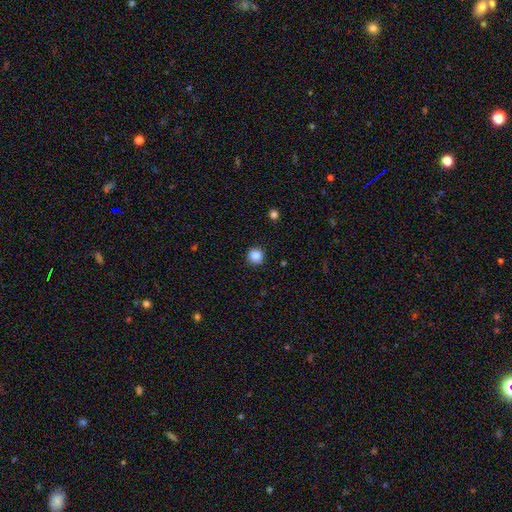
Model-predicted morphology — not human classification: smooth_or_featured: smooth (p=0.86) [alt: star or artifact p=0.11]
how_rounded: round (p=0.94) [alt: in between p=0.05]
merging: none (p=0.91) [alt: minor disturbance p=0.06]